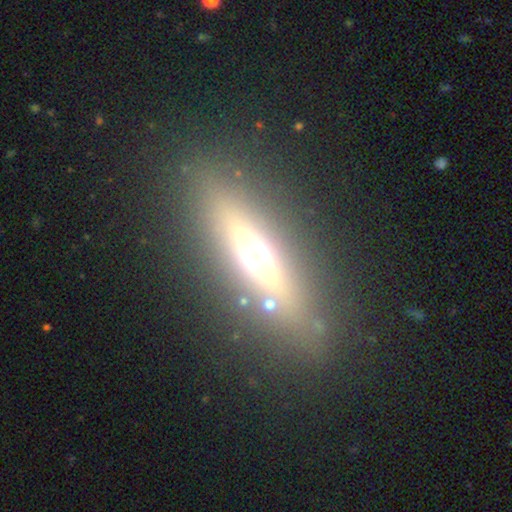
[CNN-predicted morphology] type=featured or disk (58%); edge-on=yes (87%); edge-on bulge=rounded (89%); merging=none (84%).